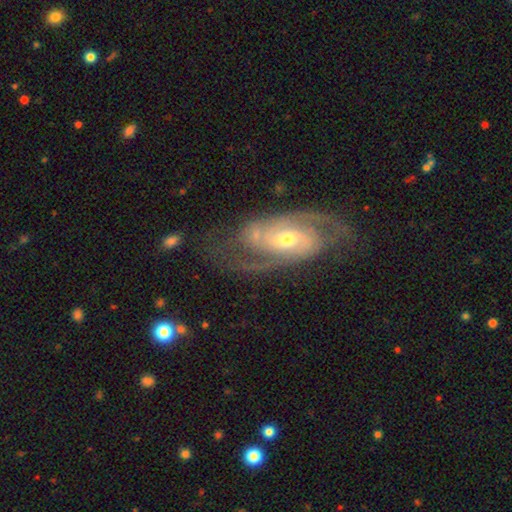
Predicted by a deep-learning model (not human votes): Overall: featured or disk (89%). Edge-on disk: no (96%). Bar: no (42%; weak 38%). Spiral arms: yes (97%). Spiral arm count: 2 (86%). Spiral winding: medium (48%; tight 40%). Bulge size: moderate (58%; small 37%). Merging: none (77%).